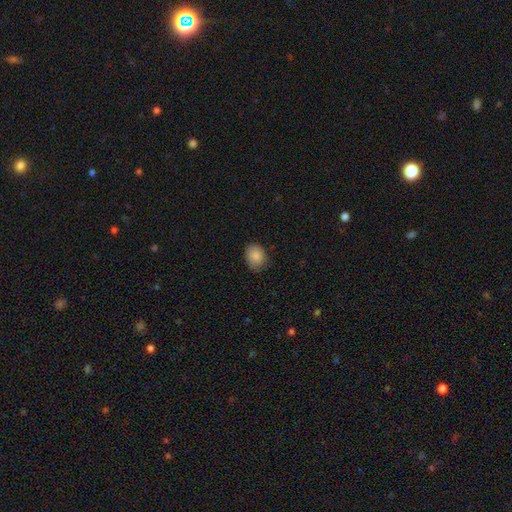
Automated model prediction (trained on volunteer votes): Smooth or featured: smooth — 86% (star or artifact — 8%)
How rounded: in between — 56% (round — 43%)
Merging: none — 76% (minor disturbance — 20%)